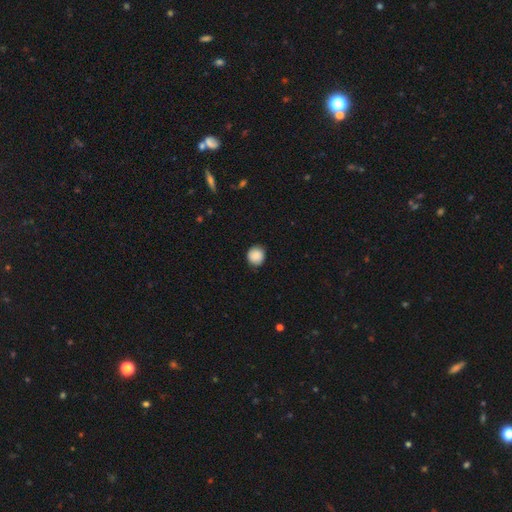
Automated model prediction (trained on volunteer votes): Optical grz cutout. It shows a smooth galaxy with no disk features (88%) that is round (91%). Merging: none (86%).